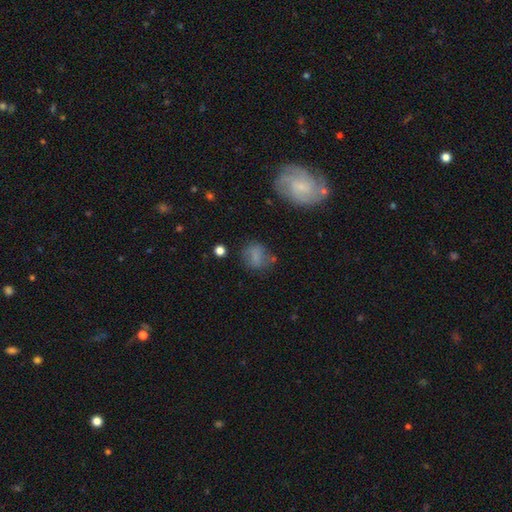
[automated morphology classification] A smooth galaxy with no disk features (69%) that is round (52%). Merging: none (60%).